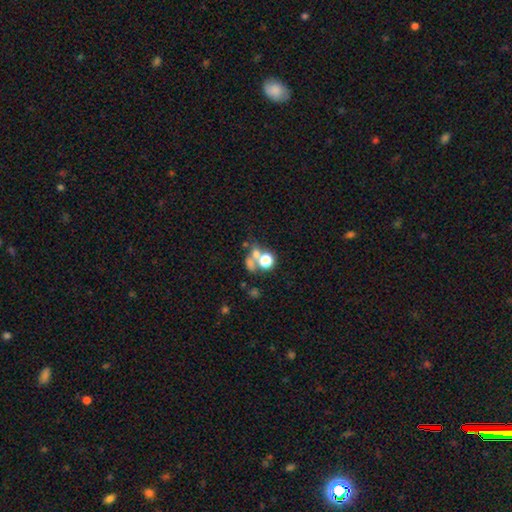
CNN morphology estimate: smooth-or-featured: smooth: 55% | star or artifact: 25% | featured or disk: 20%
  how-rounded: round: 71% | in between: 27% | cigar-shaped: 2%
  merging: merger: 49% | none: 34% | major disturbance: 9% | minor disturbance: 8%